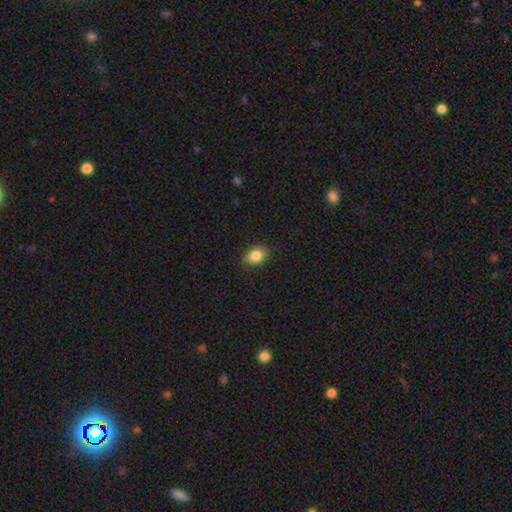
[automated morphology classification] Q: Smooth or featured?
A: smooth (86%); runner-up: star or artifact (9%)
Q: How rounded?
A: in between (68%); runner-up: round (31%)
Q: Merging?
A: none (88%); runner-up: minor disturbance (9%)